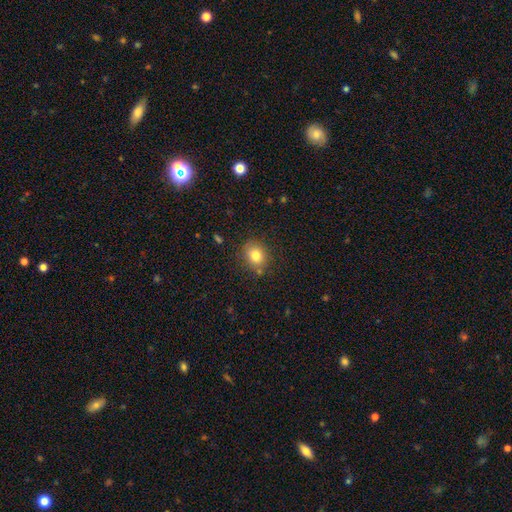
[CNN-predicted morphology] Smooth or featured? Predicted: smooth (p=0.80). How rounded? Predicted: round (p=0.62). Merging? Predicted: none (p=0.81).